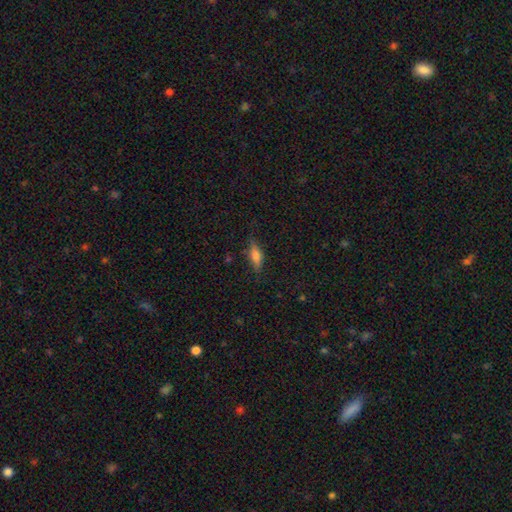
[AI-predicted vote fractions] Q: Smooth or featured?
A: smooth (60%); runner-up: featured or disk (31%)
Q: How rounded?
A: in between (54%); runner-up: cigar-shaped (43%)
Q: Merging?
A: none (78%); runner-up: minor disturbance (17%)